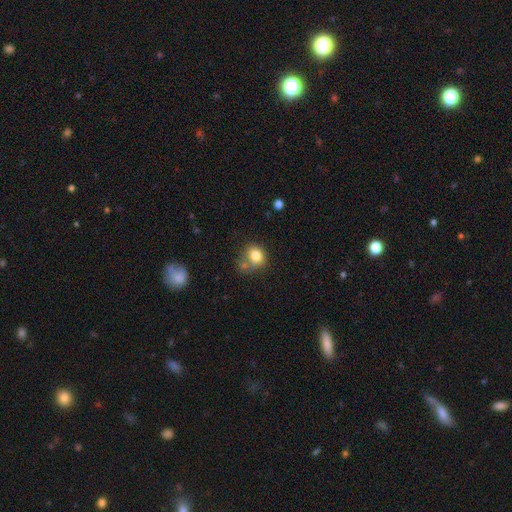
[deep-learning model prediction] smooth 80%, star or artifact 10%, featured or disk 10%. Down the decision tree: how rounded — round (62%); merging — none (49%).